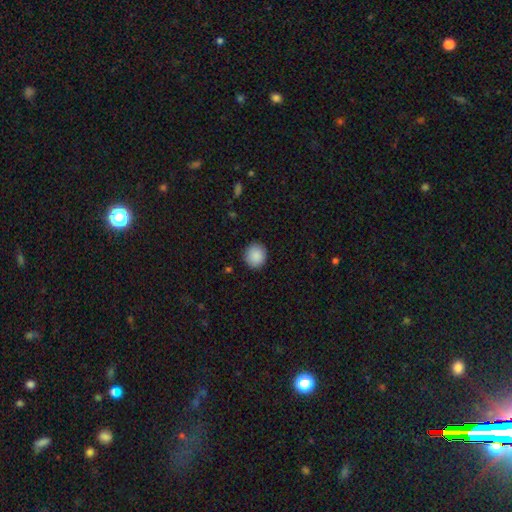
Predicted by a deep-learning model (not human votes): Smooth or featured: smooth — 89% (star or artifact — 8%)
How rounded: round — 89% (in between — 10%)
Merging: none — 90% (minor disturbance — 7%)